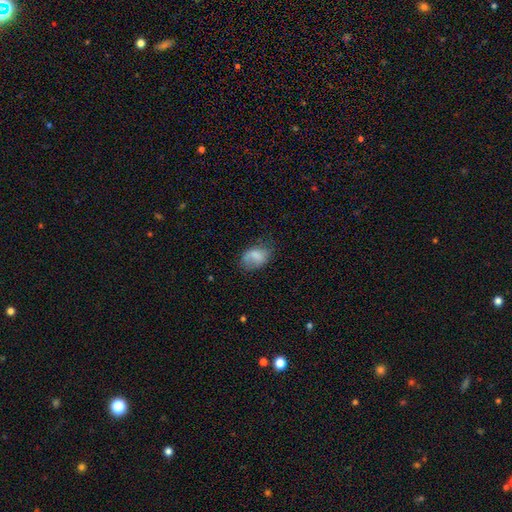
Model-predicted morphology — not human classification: Smooth or featured? smooth (74%)
How rounded? in between (81%)
Merging? none (53%)